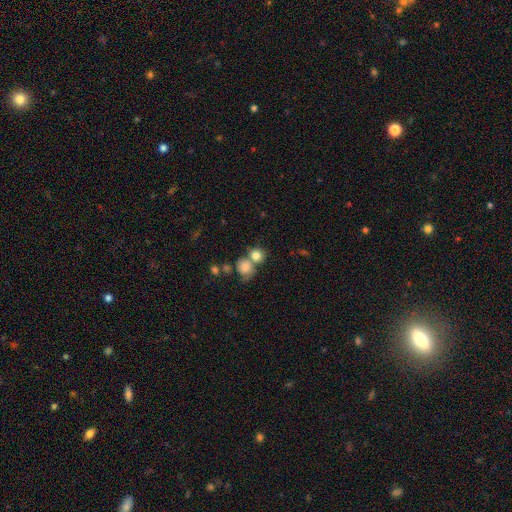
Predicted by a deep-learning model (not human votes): A smooth galaxy with no disk features (80%) that is round (83%). Merging: merger (46%).